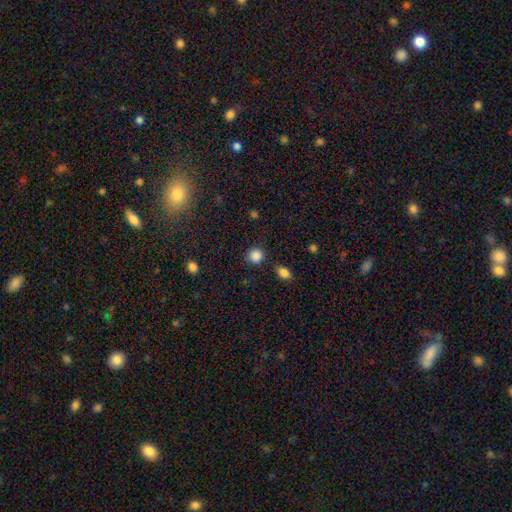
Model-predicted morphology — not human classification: A smooth galaxy with no disk features (87%) that is round (89%).

Vote fractions:
- Smooth or featured? smooth: 87% / star or artifact: 10% / featured or disk: 3%
- How rounded? round: 89% / in between: 10% / cigar-shaped: 1%
- Merging? none: 83% / minor disturbance: 10% / merger: 4% / major disturbance: 3%